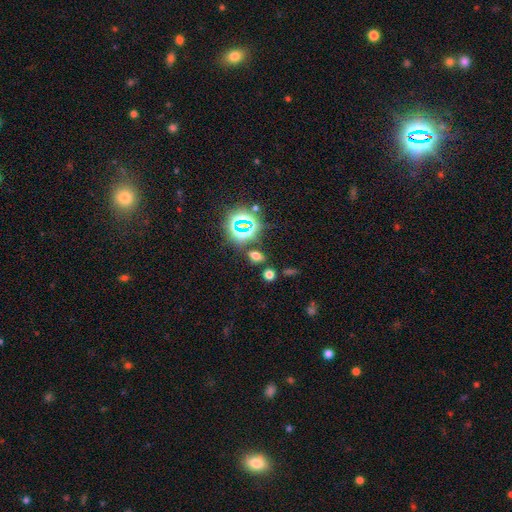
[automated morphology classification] This appears to be a smooth galaxy with no disk features (57%) that is in between round and cigar-shaped (71%). Merging: none (78%).